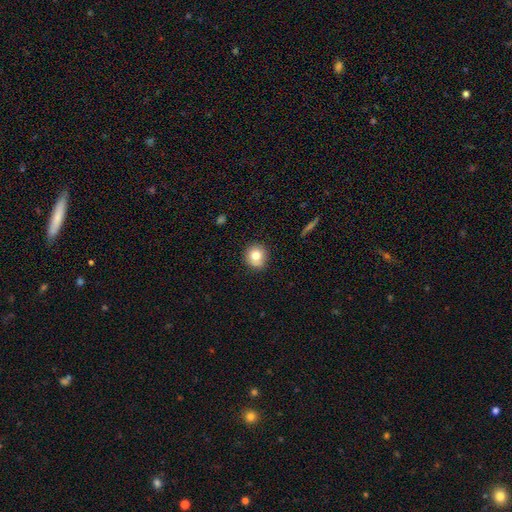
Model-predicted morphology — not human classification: type=smooth (80%); roundness=round (88%); merging=none (84%).